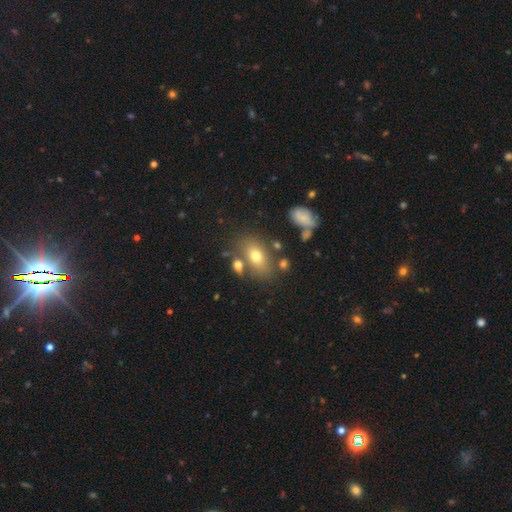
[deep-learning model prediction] smooth 71%, featured or disk 19%, star or artifact 11%. Down the decision tree: how rounded — in between (83%); merging — none (68%).